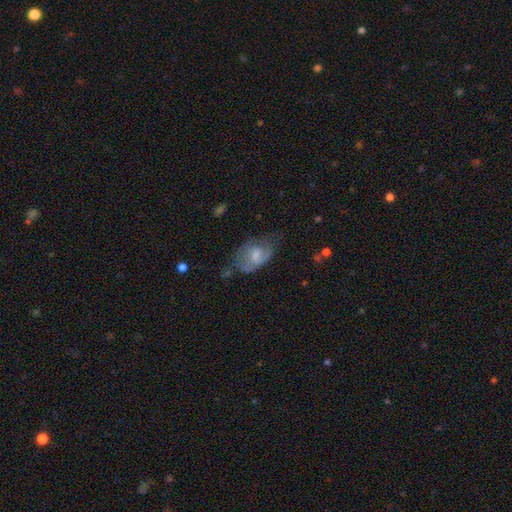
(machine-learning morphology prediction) Smooth or featured? Predicted: smooth (p=0.48). Merging? Predicted: none (p=0.41).